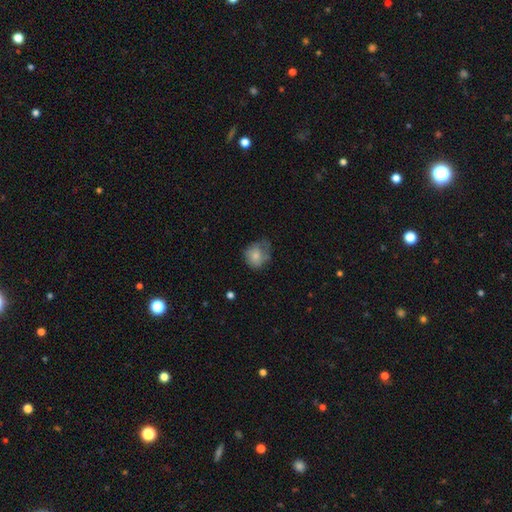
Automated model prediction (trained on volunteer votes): Smooth or featured: smooth — 72% (featured or disk — 19%)
How rounded: round — 66% (in between — 33%)
Merging: none — 44% (minor disturbance — 34%)